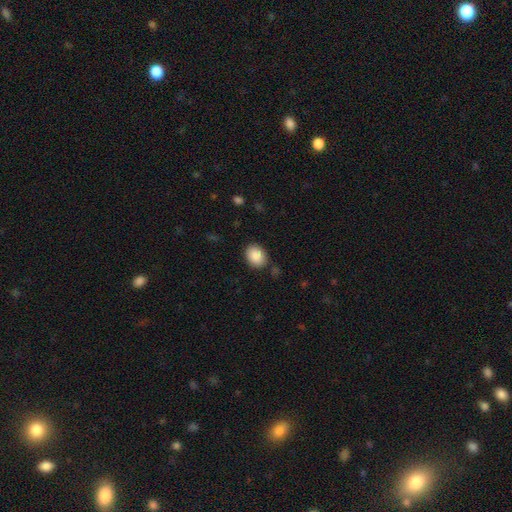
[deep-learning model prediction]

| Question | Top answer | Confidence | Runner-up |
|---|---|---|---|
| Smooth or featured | smooth | 89% | star or artifact (7%) |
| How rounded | in between | 60% | round (39%) |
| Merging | none | 85% | minor disturbance (10%) |